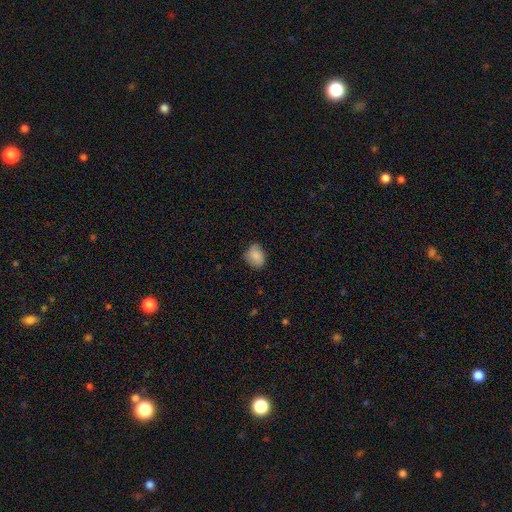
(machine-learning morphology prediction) smooth-or-featured: smooth: 84% | featured or disk: 8% | star or artifact: 8%
  how-rounded: in between: 51% | round: 48% | cigar-shaped: 1%
  merging: none: 72% | minor disturbance: 22% | major disturbance: 4% | merger: 1%